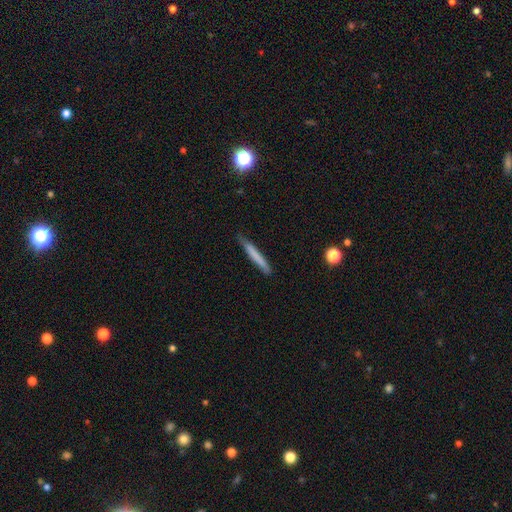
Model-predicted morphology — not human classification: smooth 71%, featured or disk 23%, star or artifact 6%. Down the decision tree: how rounded — cigar-shaped (96%); merging — none (81%).